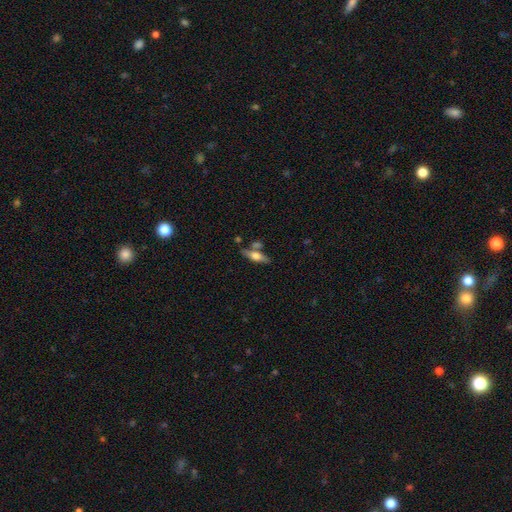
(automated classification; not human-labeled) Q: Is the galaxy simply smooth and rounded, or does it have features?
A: featured or disk — 50%.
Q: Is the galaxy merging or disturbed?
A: none — 69%.